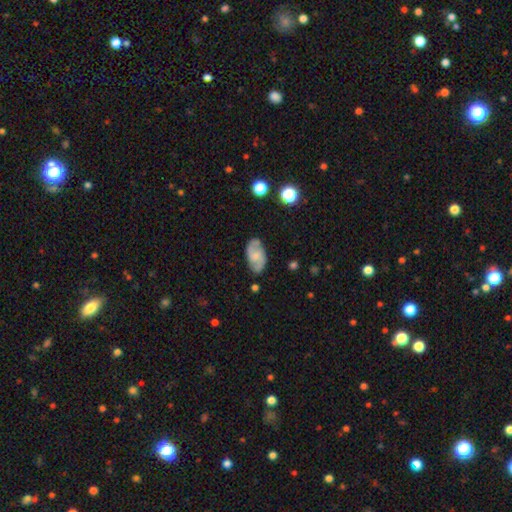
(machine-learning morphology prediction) Smooth or featured? featured or disk (67%)
Edge-on disk? no (96%)
Bar? no (47%)
Spiral arms? yes (91%)
Spiral winding? medium (49%)
Spiral arm count? 2 (88%)
Bulge size? small (42%)
Merging? none (80%)